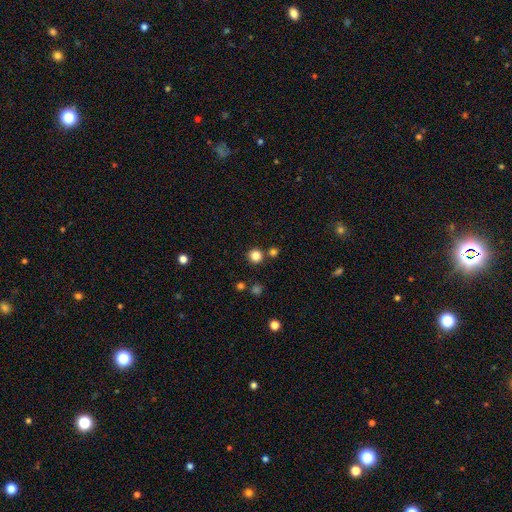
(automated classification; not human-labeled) smooth-or-featured: smooth: 83% | star or artifact: 13% | featured or disk: 4%
  how-rounded: round: 94% | in between: 5% | cigar-shaped: 1%
  merging: none: 83% | merger: 8% | minor disturbance: 6% | major disturbance: 2%